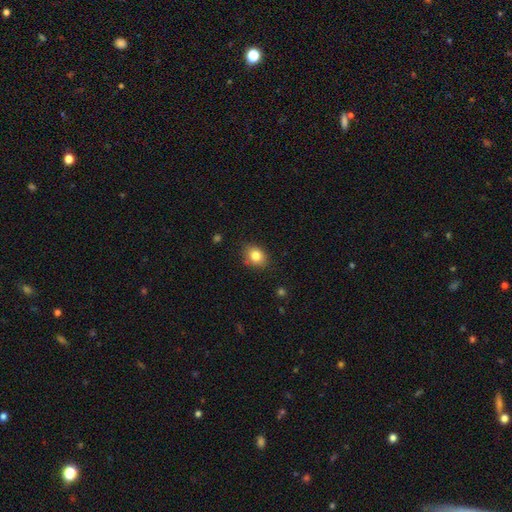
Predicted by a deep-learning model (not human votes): Overall: smooth (83%). How rounded: in between (51%; round 48%). Merging: none (82%).